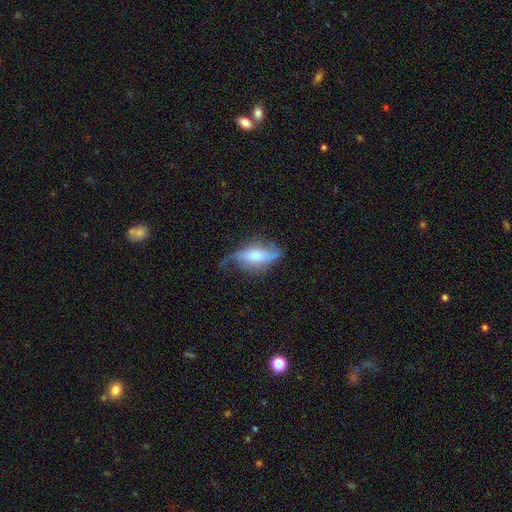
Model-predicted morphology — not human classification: Overall: featured or disk (55%; smooth 38%). Edge-on disk: no (70%; yes 30%). Merging: none (46%; minor disturbance 32%).